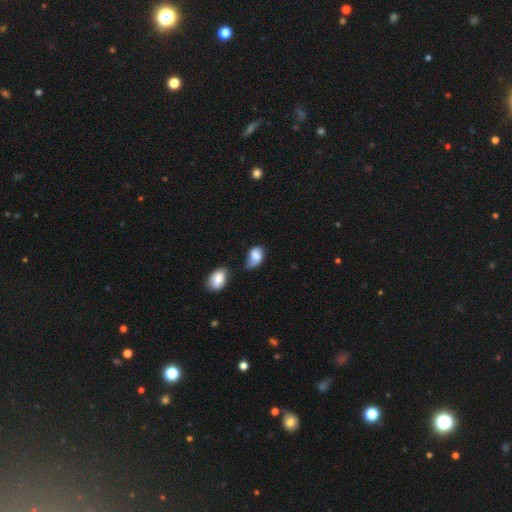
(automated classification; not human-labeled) A smooth galaxy with no disk features (74%) that is in between round and cigar-shaped (77%).

Vote fractions:
- Smooth or featured? smooth: 74% / featured or disk: 18% / star or artifact: 8%
- How rounded? in between: 77% / round: 22% / cigar-shaped: 1%
- Merging? minor disturbance: 34% / none: 26% / major disturbance: 23% / merger: 17%